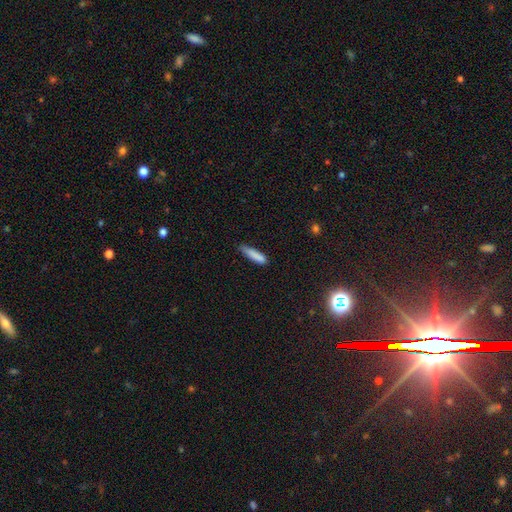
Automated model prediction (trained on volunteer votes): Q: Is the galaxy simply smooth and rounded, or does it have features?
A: smooth — 84%.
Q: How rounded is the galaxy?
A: cigar-shaped — 81%.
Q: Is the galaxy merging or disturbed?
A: none — 66%.